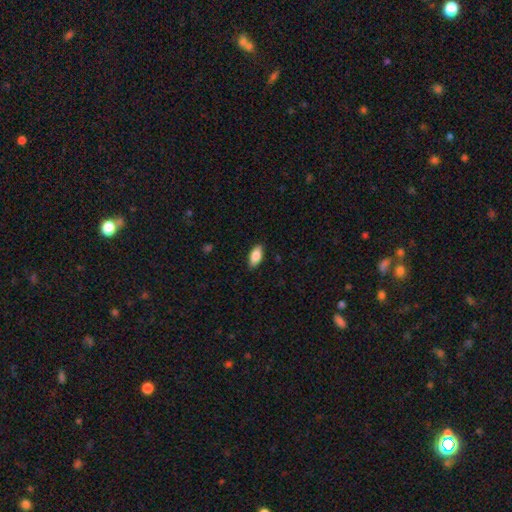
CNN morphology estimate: smooth-or-featured: smooth: 87% | featured or disk: 7% | star or artifact: 6%
  how-rounded: in between: 91% | cigar-shaped: 7% | round: 2%
  merging: none: 88% | minor disturbance: 9% | major disturbance: 2% | merger: 1%